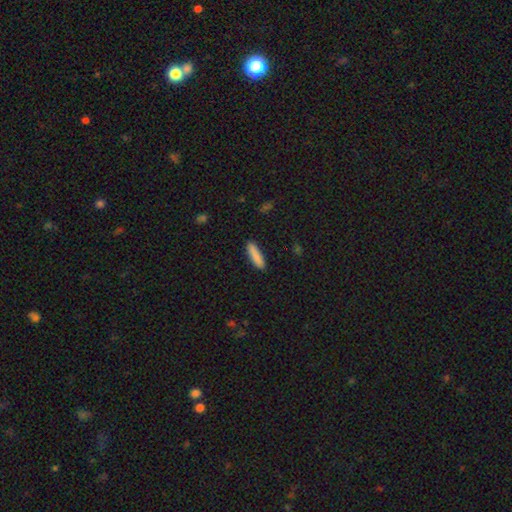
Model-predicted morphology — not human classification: smooth 87%, featured or disk 6%, star or artifact 6%. Down the decision tree: how rounded — cigar-shaped (77%); merging — none (90%).